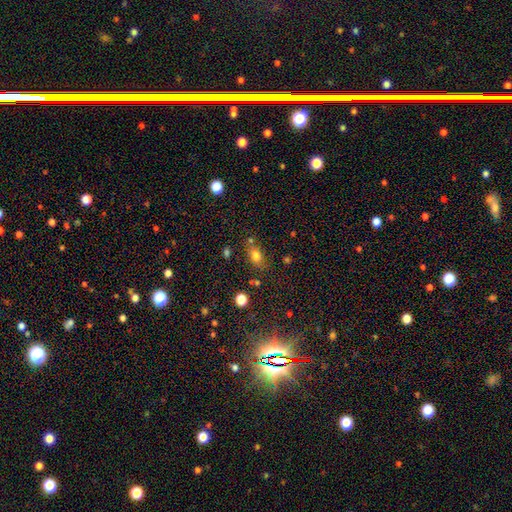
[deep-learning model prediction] Morphology: type=smooth (78%); roundness=in between (72%); merging=none (69%).